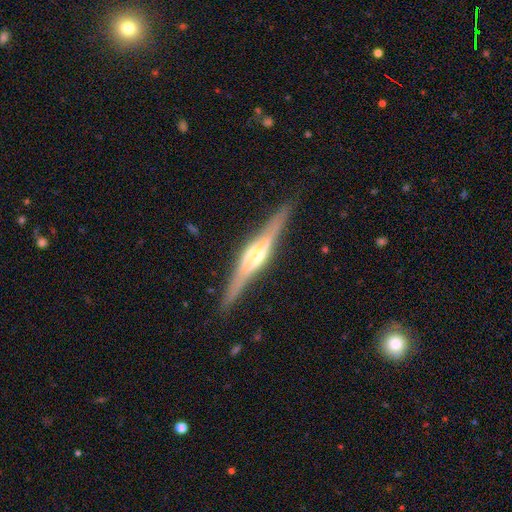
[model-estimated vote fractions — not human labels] Smooth or featured: featured or disk — 84% (smooth — 10%)
Edge-on disk: yes — 97% (no — 3%)
Edge-on bulge: rounded — 73% (boxy — 22%)
Merging: none — 89% (minor disturbance — 8%)